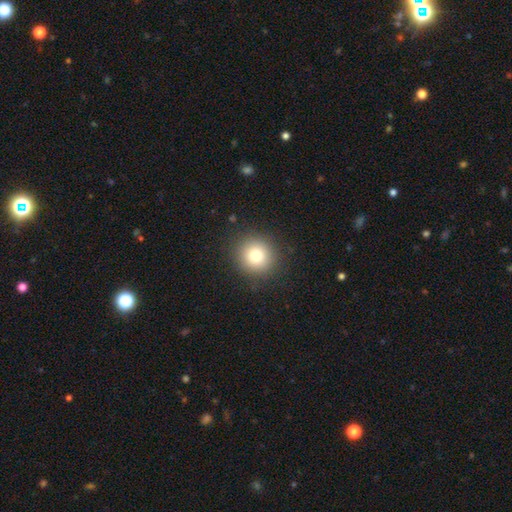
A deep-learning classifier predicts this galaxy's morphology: Overall: smooth (79%). How rounded: round (93%). Merging: none (90%).